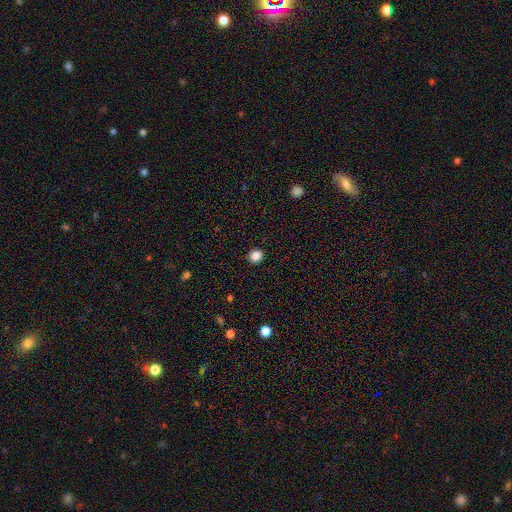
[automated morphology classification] smooth_or_featured: smooth (p=0.86) [alt: star or artifact p=0.11]
how_rounded: round (p=0.80) [alt: in between p=0.19]
merging: none (p=0.90) [alt: minor disturbance p=0.07]